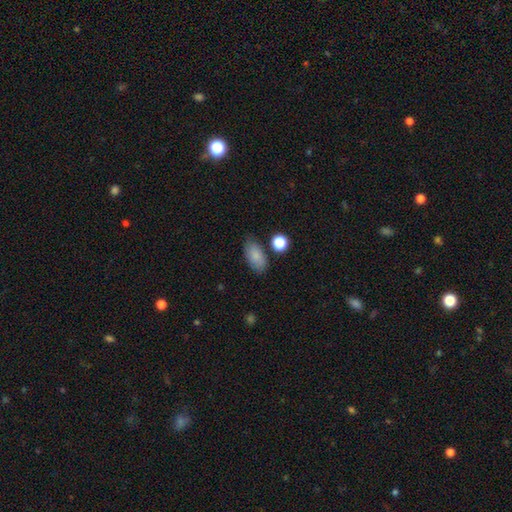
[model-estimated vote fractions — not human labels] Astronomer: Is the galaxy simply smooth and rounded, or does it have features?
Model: smooth — 84%.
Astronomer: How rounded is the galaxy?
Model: in between — 91%.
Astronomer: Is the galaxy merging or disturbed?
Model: none — 74%.